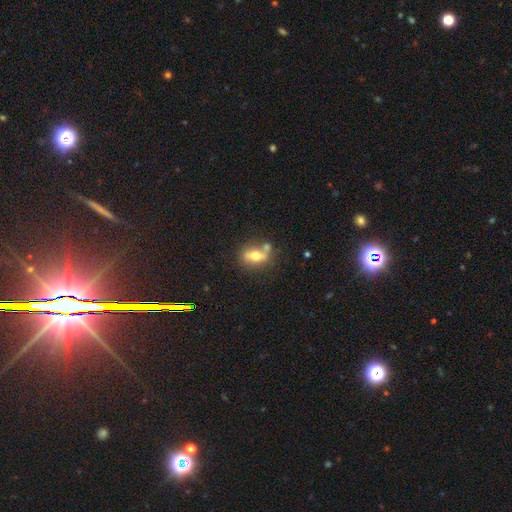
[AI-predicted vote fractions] Q: Smooth or featured?
A: smooth (53%); runner-up: featured or disk (37%)
Q: How rounded?
A: in between (66%); runner-up: round (21%)
Q: Merging?
A: none (55%); runner-up: merger (23%)